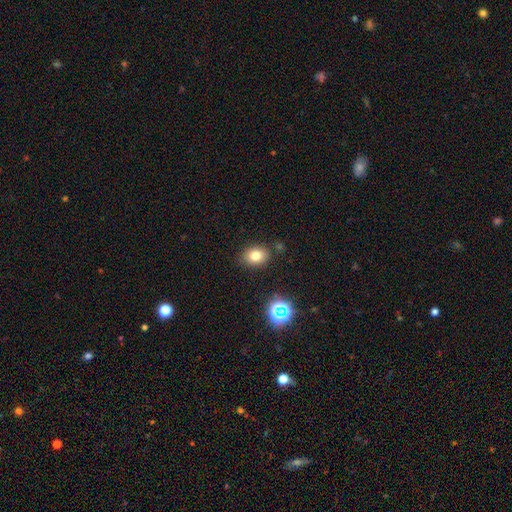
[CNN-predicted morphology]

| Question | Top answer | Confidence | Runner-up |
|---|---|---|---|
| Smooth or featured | smooth | 76% | star or artifact (15%) |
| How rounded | in between | 58% | round (41%) |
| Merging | none | 82% | minor disturbance (11%) |